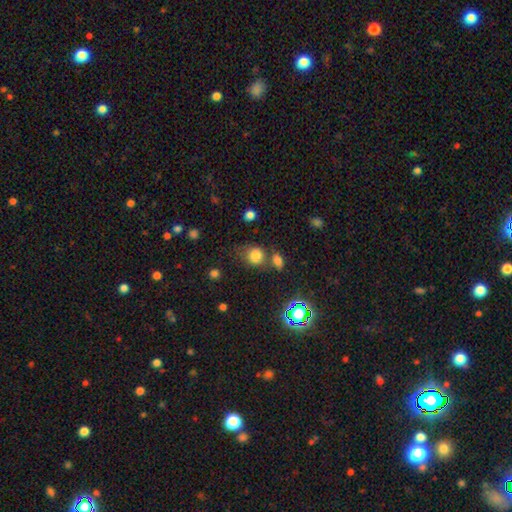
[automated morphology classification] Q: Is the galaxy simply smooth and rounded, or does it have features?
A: smooth — 77%.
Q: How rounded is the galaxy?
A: round — 73%.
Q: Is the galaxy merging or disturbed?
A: none — 55%.